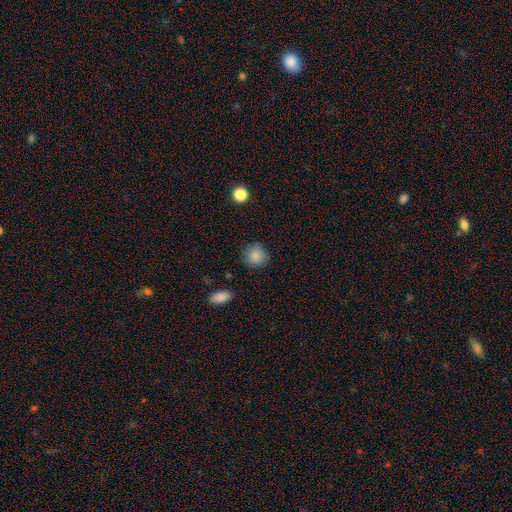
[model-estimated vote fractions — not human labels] Q: Smooth or featured?
A: smooth (86%); runner-up: star or artifact (9%)
Q: How rounded?
A: round (87%); runner-up: in between (12%)
Q: Merging?
A: none (82%); runner-up: minor disturbance (13%)